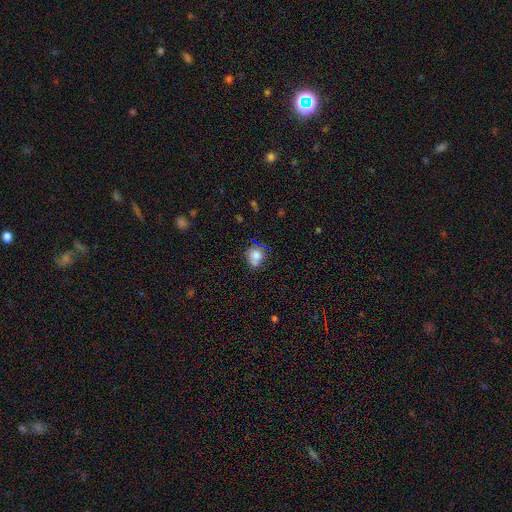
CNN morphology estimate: A smooth galaxy with no disk features (77%) that is round (69%).

Vote fractions:
- Smooth or featured? smooth: 77% / star or artifact: 13% / featured or disk: 10%
- How rounded? round: 69% / in between: 29% / cigar-shaped: 2%
- Merging? none: 58% / minor disturbance: 25% / merger: 10% / major disturbance: 8%